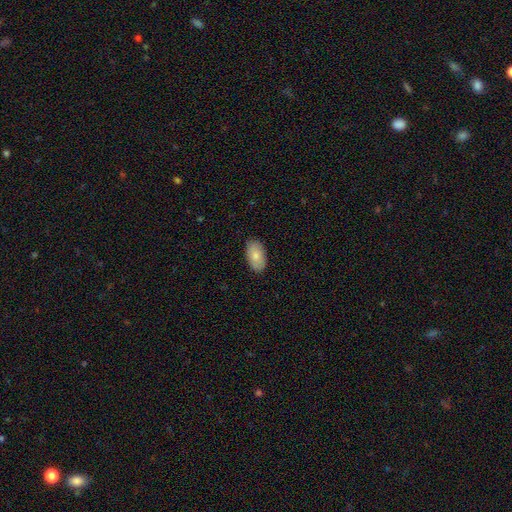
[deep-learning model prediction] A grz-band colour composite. It shows a smooth galaxy with no disk features (81%) that is in between round and cigar-shaped (95%). Merging: none (87%).